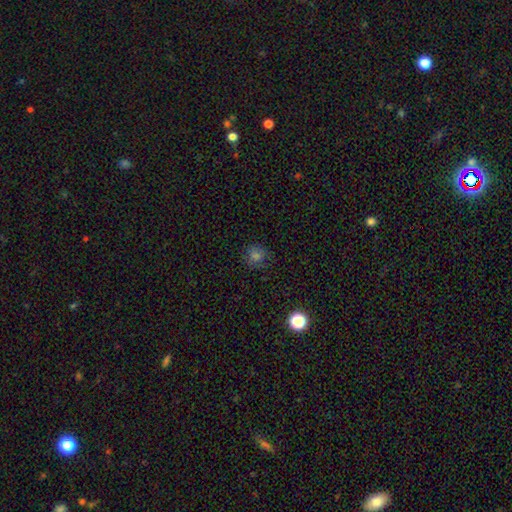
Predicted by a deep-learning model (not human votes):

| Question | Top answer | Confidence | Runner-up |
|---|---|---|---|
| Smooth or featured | smooth | 73% | star or artifact (20%) |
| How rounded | round | 87% | in between (12%) |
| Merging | none | 82% | minor disturbance (12%) |